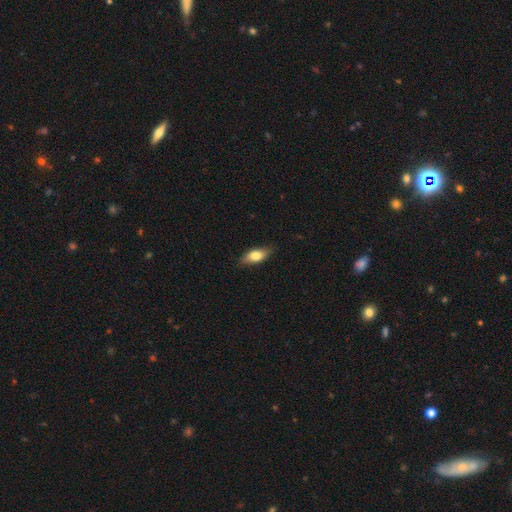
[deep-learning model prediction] This is likely a smooth galaxy (75%). How rounded: clearly in between (82%). Merging: clearly none (82%).